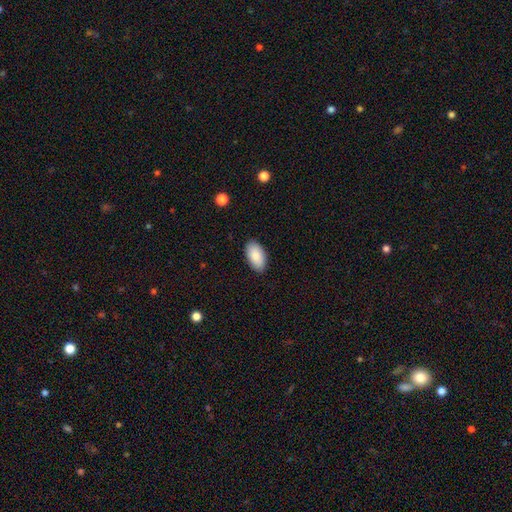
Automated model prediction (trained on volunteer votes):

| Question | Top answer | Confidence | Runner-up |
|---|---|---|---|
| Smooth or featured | smooth | 87% | featured or disk (7%) |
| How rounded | in between | 96% | round (2%) |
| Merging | none | 88% | minor disturbance (9%) |